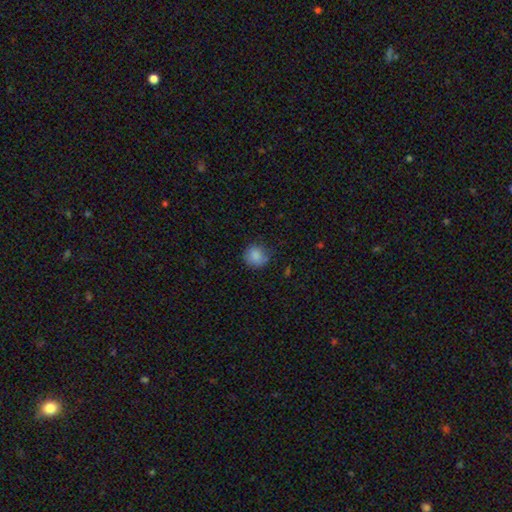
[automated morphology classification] This appears to be a smooth galaxy with no disk features (84%) that is round (84%). Merging: none (69%).